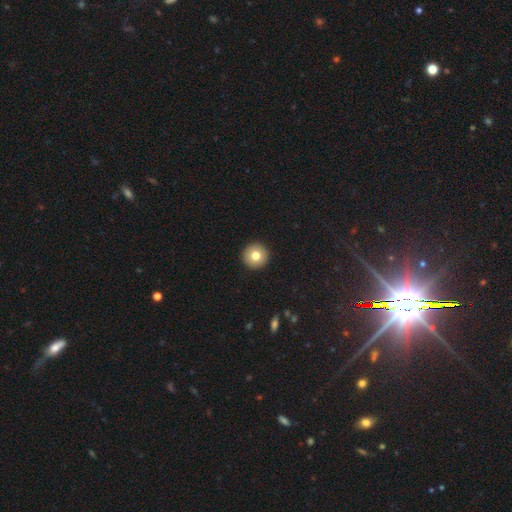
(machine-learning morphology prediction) Overall: smooth (78%). How rounded: round (96%). Merging: none (94%).